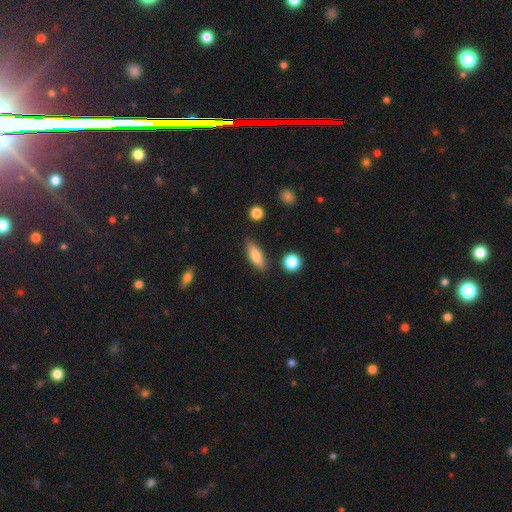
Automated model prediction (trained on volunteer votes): Q: Smooth or featured?
A: smooth (77%); runner-up: featured or disk (16%)
Q: How rounded?
A: in between (64%); runner-up: cigar-shaped (33%)
Q: Merging?
A: none (83%); runner-up: minor disturbance (11%)